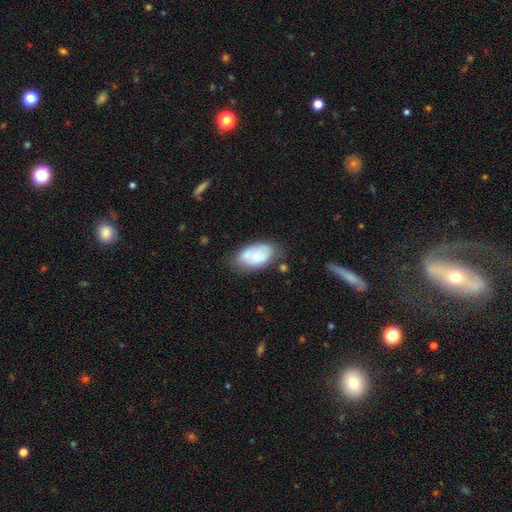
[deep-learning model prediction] Overall: smooth (64%; featured or disk 28%). How rounded: in between (93%). Merging: none (54%; minor disturbance 27%).